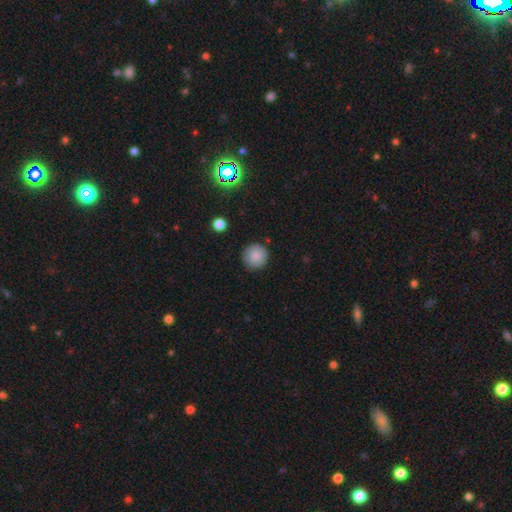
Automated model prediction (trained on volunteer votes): This is clearly a smooth galaxy (85%). How rounded: clearly round (95%). Merging: clearly none (90%).